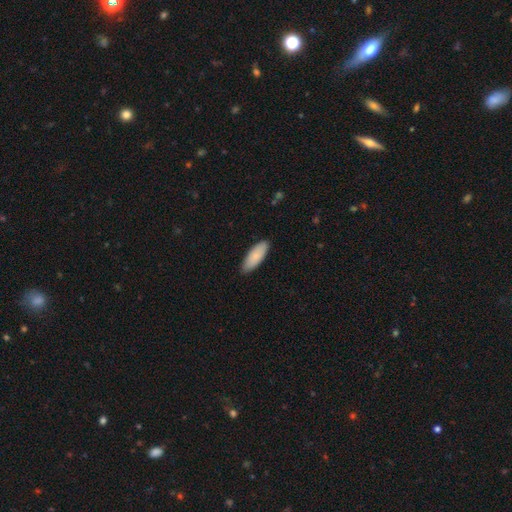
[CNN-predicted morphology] smooth-or-featured: smooth: 87% | featured or disk: 8% | star or artifact: 5%
  how-rounded: in between: 74% | cigar-shaped: 24% | round: 2%
  merging: none: 85% | minor disturbance: 12% | major disturbance: 2% | merger: 1%